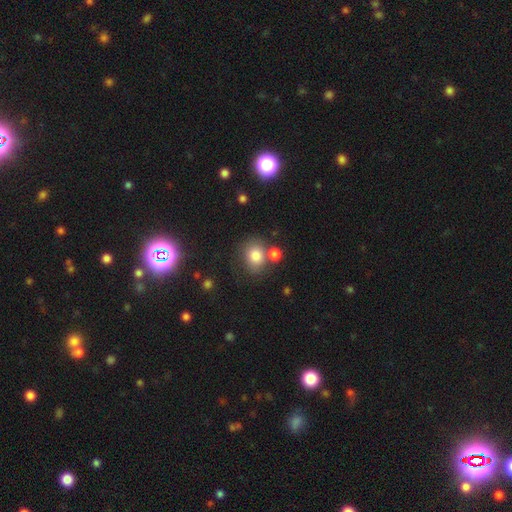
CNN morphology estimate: A smooth galaxy with no disk features (80%) that is round (67%).

Vote fractions:
- Smooth or featured? smooth: 80% / star or artifact: 11% / featured or disk: 9%
- How rounded? round: 67% / in between: 32% / cigar-shaped: 1%
- Merging? none: 62% / merger: 20% / minor disturbance: 13% / major disturbance: 5%